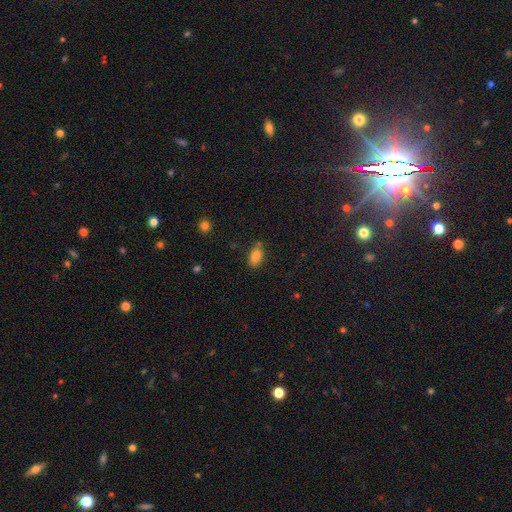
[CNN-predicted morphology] Smooth or featured: smooth — 83% (star or artifact — 9%)
How rounded: in between — 89% (cigar-shaped — 6%)
Merging: none — 74% (minor disturbance — 17%)